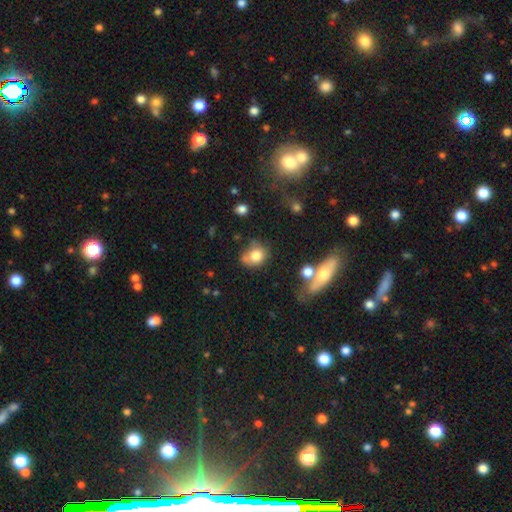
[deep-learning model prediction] This appears to be a smooth galaxy with no disk features (75%) that is round (63%). Merging: none (41%).